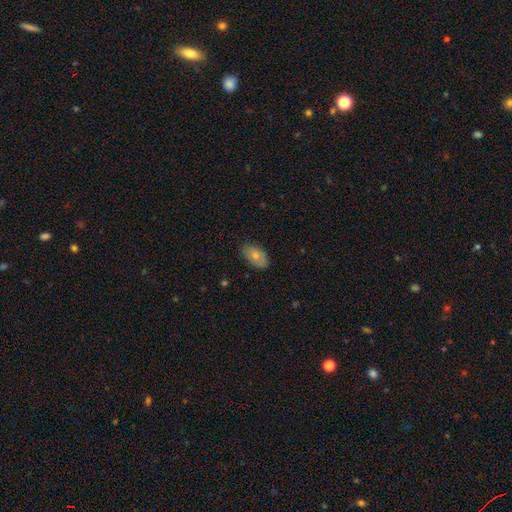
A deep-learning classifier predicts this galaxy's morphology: smooth_or_featured: smooth (p=0.71) [alt: featured or disk p=0.21]
how_rounded: in between (p=0.92) [alt: round p=0.06]
merging: none (p=0.82) [alt: minor disturbance p=0.15]